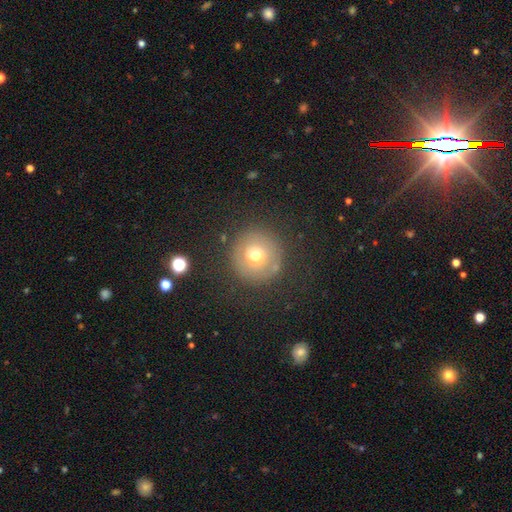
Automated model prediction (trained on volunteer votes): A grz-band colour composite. It shows a smooth galaxy with no disk features (62%) that is round (95%). Merging: none (82%).